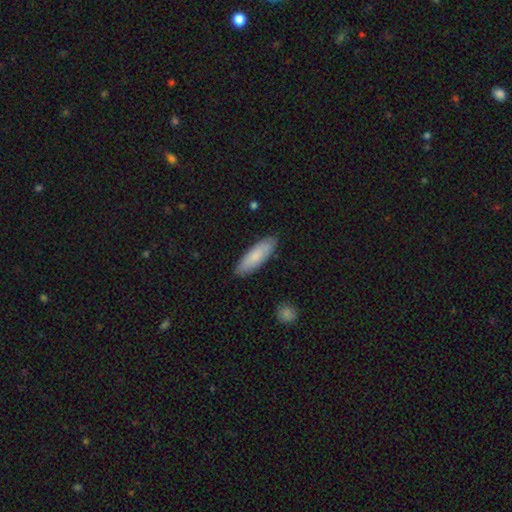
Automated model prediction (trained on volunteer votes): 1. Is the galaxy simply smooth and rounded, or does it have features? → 82% smooth, 12% featured or disk, 5% star or artifact.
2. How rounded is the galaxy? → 50% cigar-shaped, 49% in between, 1% round.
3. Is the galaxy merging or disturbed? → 87% none, 10% minor disturbance, 2% major disturbance, 1% merger.